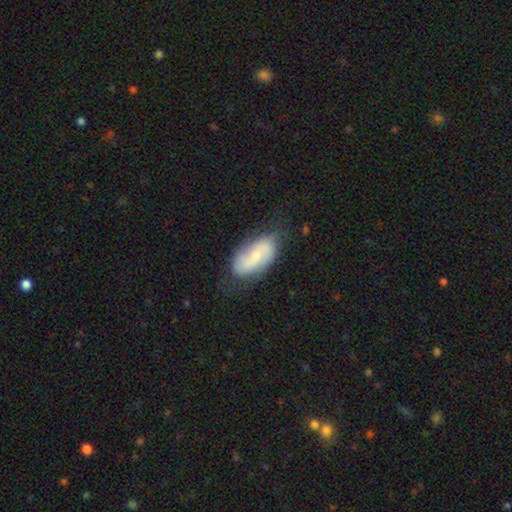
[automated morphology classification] Smooth or featured? featured or disk (52%)
Edge-on disk? no (93%)
Merging? none (68%)